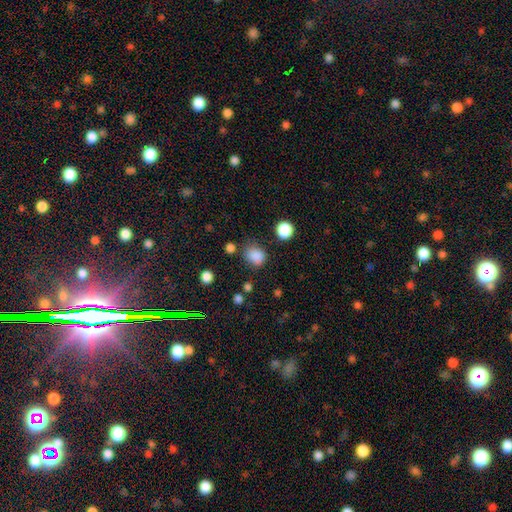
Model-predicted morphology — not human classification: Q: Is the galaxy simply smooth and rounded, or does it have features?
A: smooth — 83%.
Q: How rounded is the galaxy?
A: round — 61%.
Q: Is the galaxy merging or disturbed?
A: none — 68%.